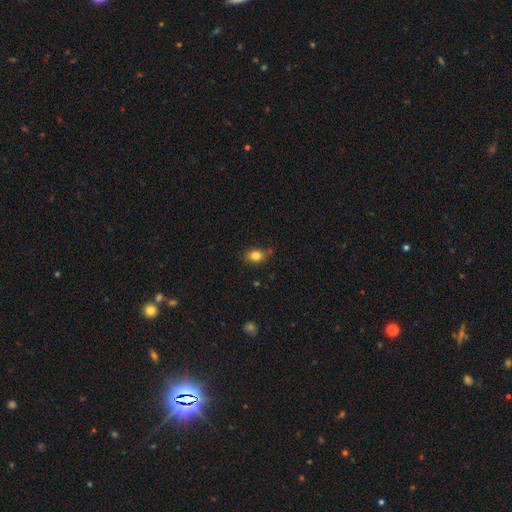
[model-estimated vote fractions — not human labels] This appears to be a smooth galaxy with no disk features (84%) that is in between round and cigar-shaped (74%). Merging: none (77%).